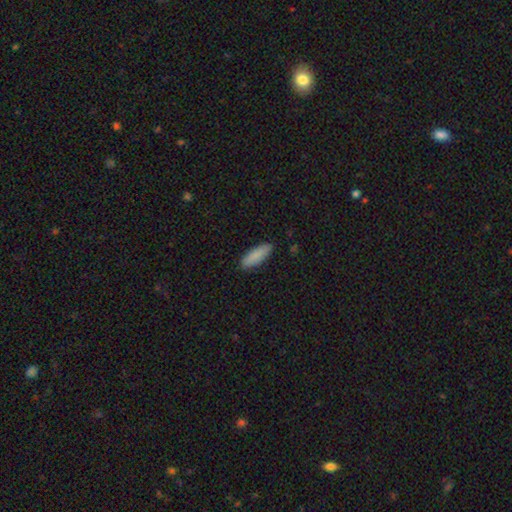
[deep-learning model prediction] Smooth or featured?
  - smooth: 87% *
  - featured or disk: 7%
  - star or artifact: 6%
How rounded?
  - in between: 58% *
  - cigar-shaped: 40%
  - round: 2%
Merging?
  - none: 88% *
  - minor disturbance: 9%
  - major disturbance: 2%
  - merger: 1%